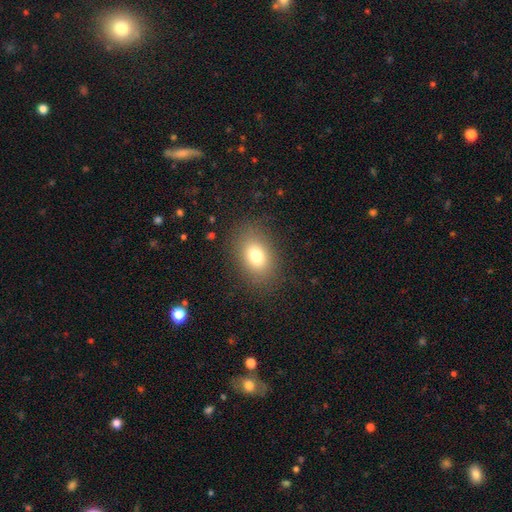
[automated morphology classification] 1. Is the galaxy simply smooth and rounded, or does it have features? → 76% smooth, 12% star or artifact, 12% featured or disk.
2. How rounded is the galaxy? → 76% in between, 23% round, 1% cigar-shaped.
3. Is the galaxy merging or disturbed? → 83% none, 11% minor disturbance, 5% major disturbance, 1% merger.